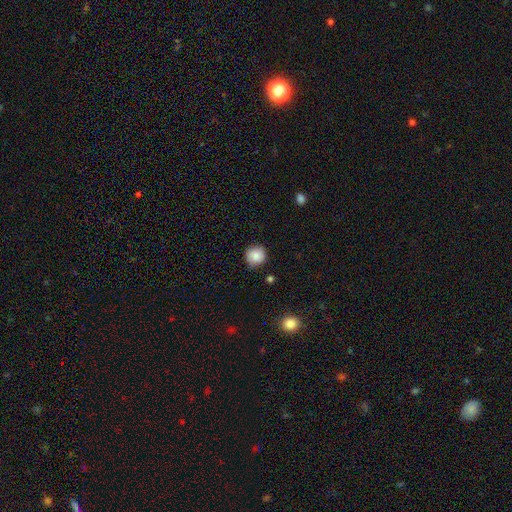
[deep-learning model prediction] This is clearly a smooth galaxy (86%). How rounded: clearly round (92%). Merging: clearly none (84%).